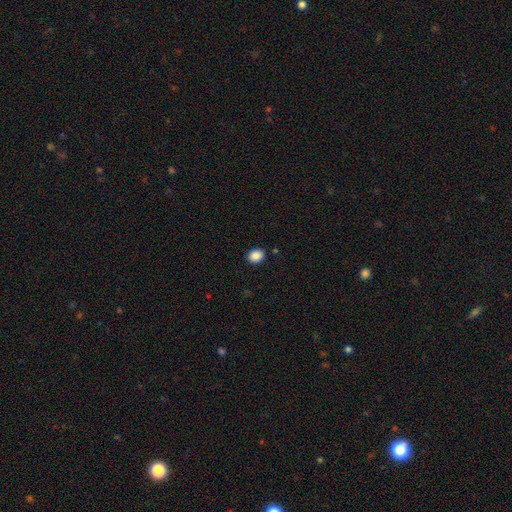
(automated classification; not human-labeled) Overall: smooth (89%). How rounded: in between (61%; round 38%). Merging: none (88%).